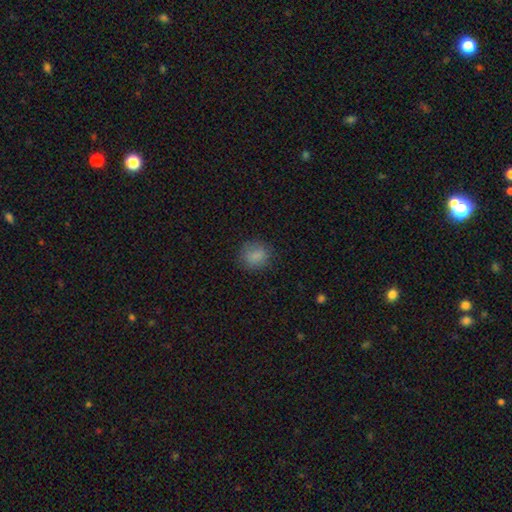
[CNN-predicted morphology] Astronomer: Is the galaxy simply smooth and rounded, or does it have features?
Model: smooth — 83%.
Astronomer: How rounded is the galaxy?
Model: round — 69%.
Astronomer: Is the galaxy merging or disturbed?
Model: none — 79%.